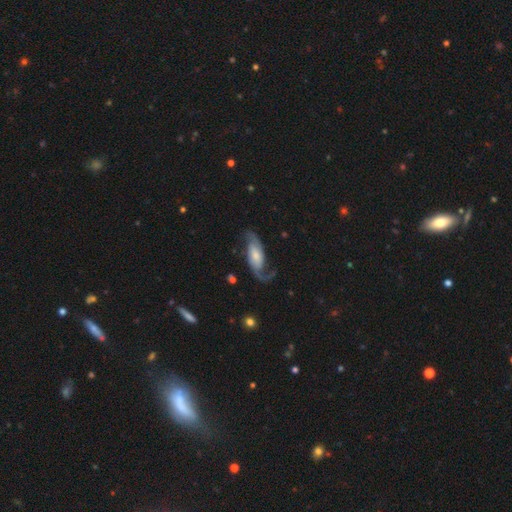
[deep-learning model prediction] Smooth or featured? featured or disk (82%)
Edge-on disk? no (94%)
Bar? no (51%)
Spiral arms? yes (96%)
Spiral winding? loose (59%)
Spiral arm count? 2 (88%)
Bulge size? moderate (36%)
Merging? none (65%)